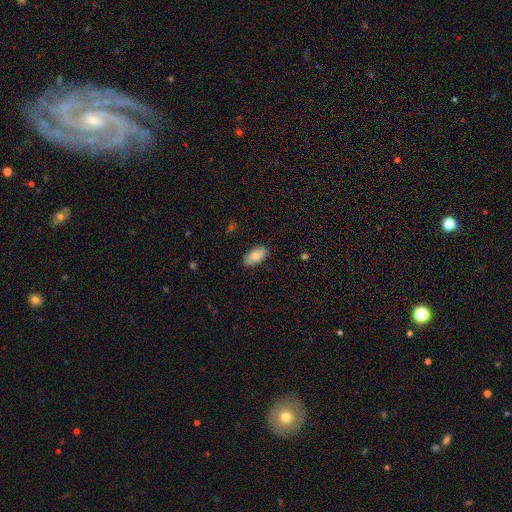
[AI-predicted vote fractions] smooth-or-featured: smooth: 84% | featured or disk: 10% | star or artifact: 7%
  how-rounded: in between: 94% | cigar-shaped: 3% | round: 3%
  merging: none: 84% | minor disturbance: 13% | major disturbance: 2% | merger: 1%